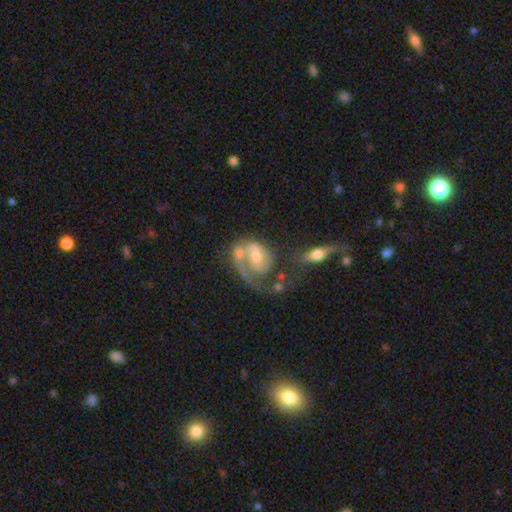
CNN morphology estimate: The model was most divided on "spiral winding": tight: 38%, medium: 35%, loose: 27%. Remaining: edge-on disk — no (96%); spiral arms — yes (83%); smooth or featured — featured or disk (75%); spiral arm count — 1 (64%); bar — no (57%); bulge size — moderate (51%); merging — merger (35%).